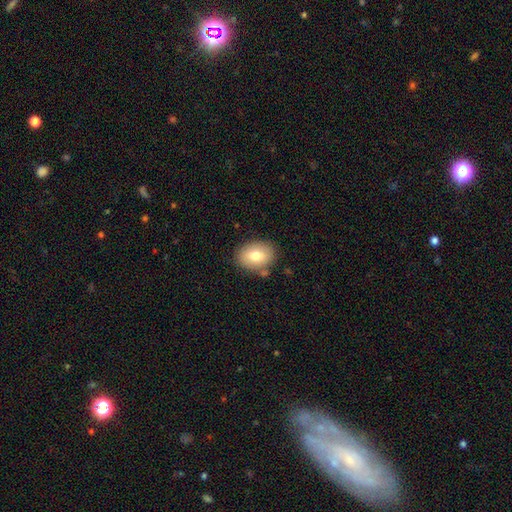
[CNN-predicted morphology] smooth_or_featured: smooth (p=0.74) [alt: featured or disk p=0.18]
how_rounded: in between (p=0.71) [alt: round p=0.28]
merging: none (p=0.80) [alt: minor disturbance p=0.13]